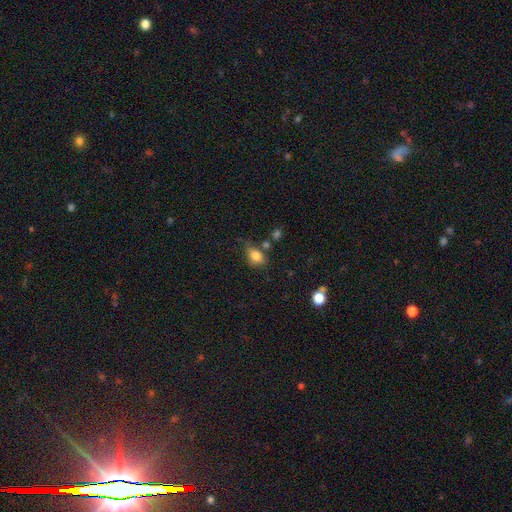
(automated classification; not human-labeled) Q: Smooth or featured?
A: smooth (81%); runner-up: star or artifact (10%)
Q: How rounded?
A: in between (74%); runner-up: round (23%)
Q: Merging?
A: none (54%); runner-up: minor disturbance (27%)